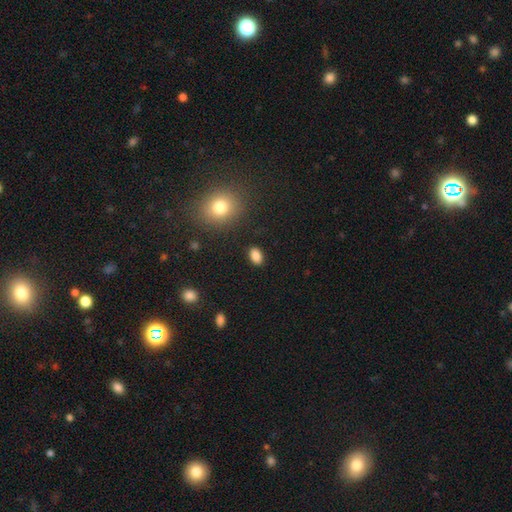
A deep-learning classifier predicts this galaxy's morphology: Smooth or featured: smooth — 86% (star or artifact — 10%)
How rounded: in between — 87% (round — 12%)
Merging: none — 87% (minor disturbance — 9%)